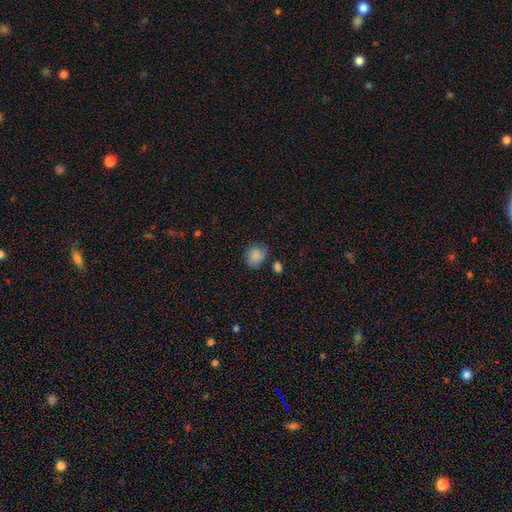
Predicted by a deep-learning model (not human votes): smooth-or-featured: smooth: 83% | star or artifact: 9% | featured or disk: 8%
  how-rounded: round: 54% | in between: 45% | cigar-shaped: 1%
  merging: none: 64% | minor disturbance: 24% | major disturbance: 7% | merger: 5%